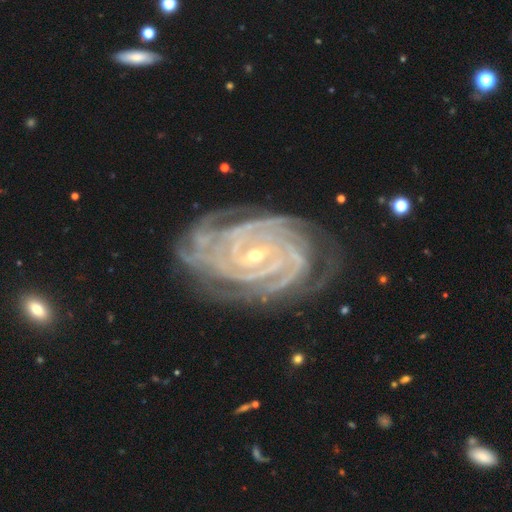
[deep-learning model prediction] A featured or disk galaxy (92%) with a weak bar (41%), 4 (29%) tight (83%) spiral arms (99%) and a small central bulge (66%). Merging: none (73%).